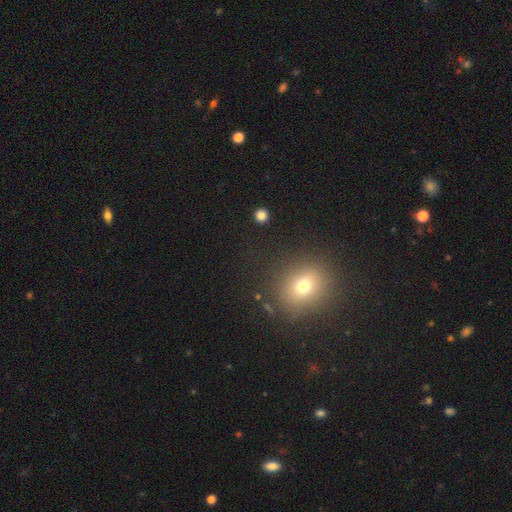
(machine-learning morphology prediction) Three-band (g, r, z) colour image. It shows a smooth galaxy with no disk features (60%) that is round (76%). Merging: none (88%).